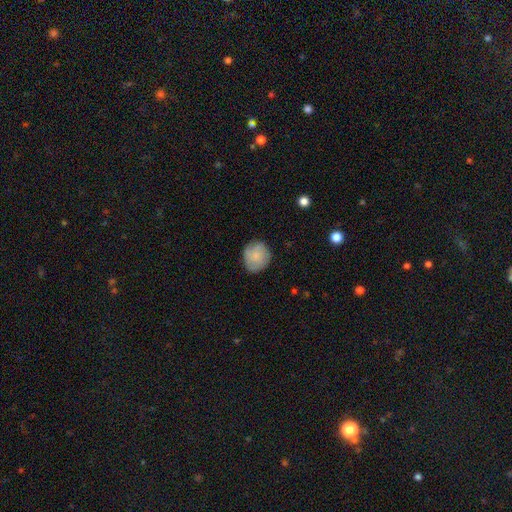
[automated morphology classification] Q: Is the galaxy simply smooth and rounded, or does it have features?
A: smooth — 75%.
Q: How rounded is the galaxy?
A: round — 83%.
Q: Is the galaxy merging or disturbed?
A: none — 81%.